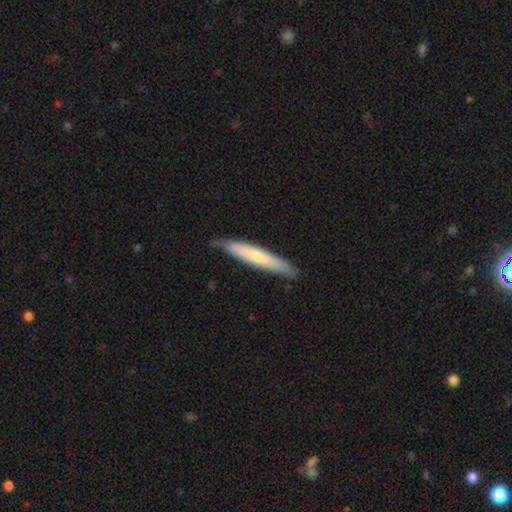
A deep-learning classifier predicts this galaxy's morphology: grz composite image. It shows a smooth galaxy with no disk features (63%) that is cigar-shaped (93%). Merging: none (80%).